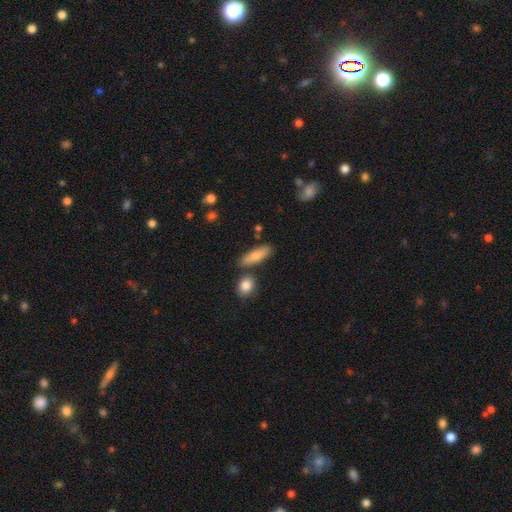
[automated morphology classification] smooth 76%, featured or disk 17%, star or artifact 6%. Down the decision tree: how rounded — cigar-shaped (49%); merging — none (77%).